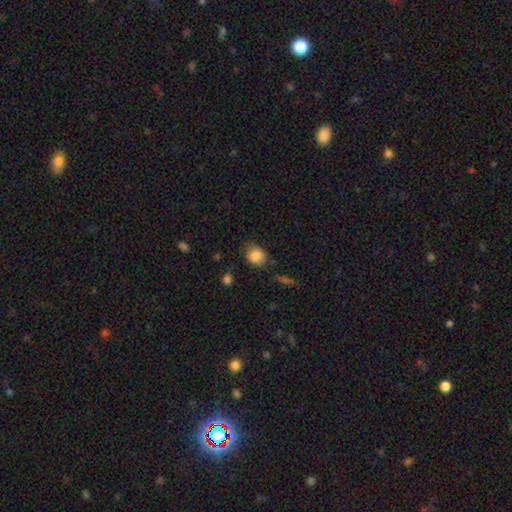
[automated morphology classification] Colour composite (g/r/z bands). It shows a smooth galaxy with no disk features (86%) that is round (62%). Merging: none (72%).